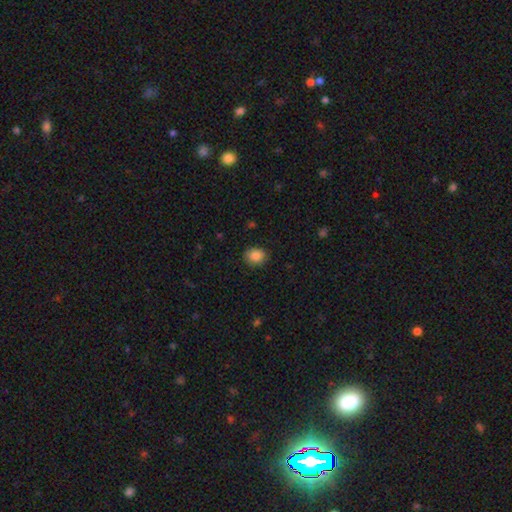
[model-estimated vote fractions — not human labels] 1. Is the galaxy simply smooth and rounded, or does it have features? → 87% smooth, 9% star or artifact, 4% featured or disk.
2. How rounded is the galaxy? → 57% round, 42% in between, 1% cigar-shaped.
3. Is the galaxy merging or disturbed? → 85% none, 11% minor disturbance, 2% major disturbance, 1% merger.